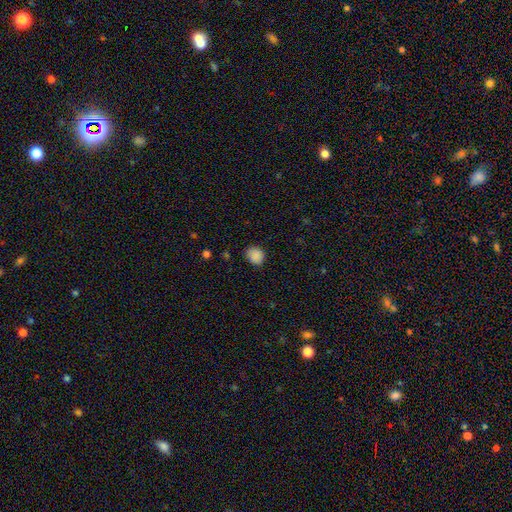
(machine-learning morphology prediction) The model was most divided on "how rounded": round: 70%, in between: 29%, cigar-shaped: 1%. More confident: smooth or featured — smooth (87%); merging — none (80%).